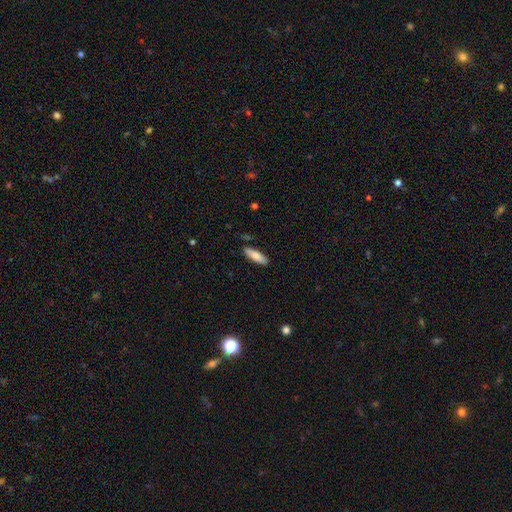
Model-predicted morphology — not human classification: Overall: smooth (81%). How rounded: in between (50%; cigar-shaped 49%). Merging: none (85%).